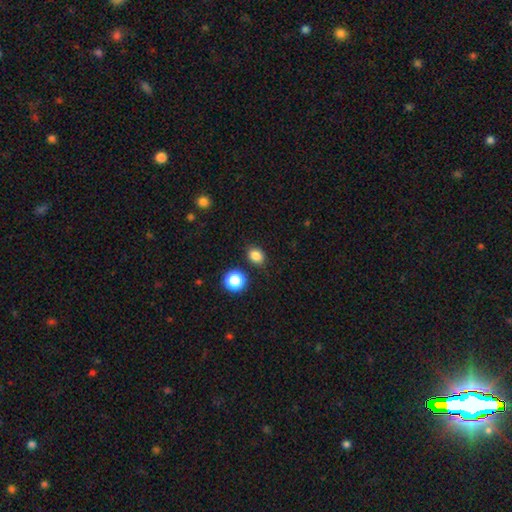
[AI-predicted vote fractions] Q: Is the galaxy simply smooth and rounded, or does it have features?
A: smooth — 84%.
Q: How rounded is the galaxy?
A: in between — 50%.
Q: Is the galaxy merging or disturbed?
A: none — 83%.